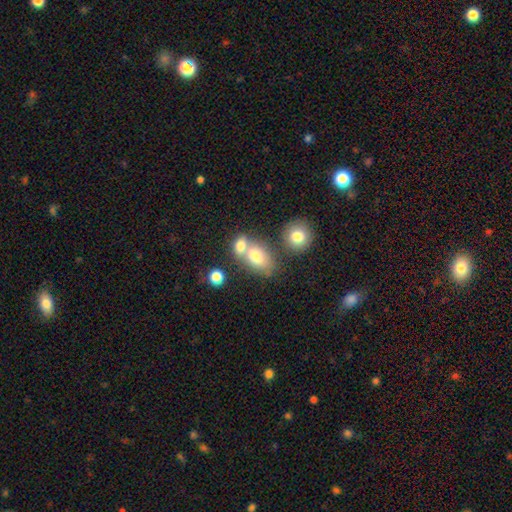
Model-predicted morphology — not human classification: Q: Smooth or featured?
A: smooth (75%); runner-up: featured or disk (15%)
Q: How rounded?
A: in between (72%); runner-up: round (26%)
Q: Merging?
A: merger (49%); runner-up: none (36%)